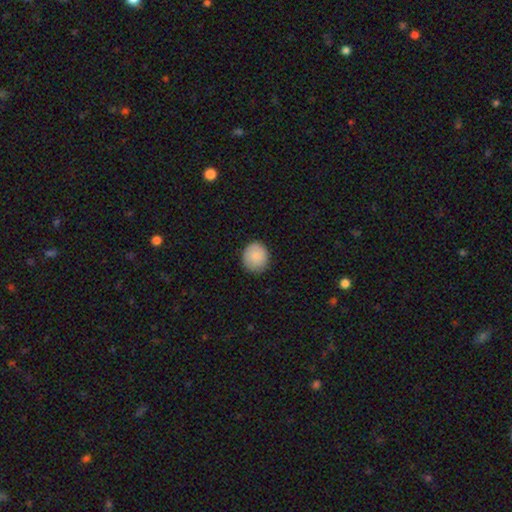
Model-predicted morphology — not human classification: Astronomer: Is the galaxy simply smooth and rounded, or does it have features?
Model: smooth — 86%.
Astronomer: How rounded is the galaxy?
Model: round — 87%.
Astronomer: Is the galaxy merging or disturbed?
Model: none — 87%.